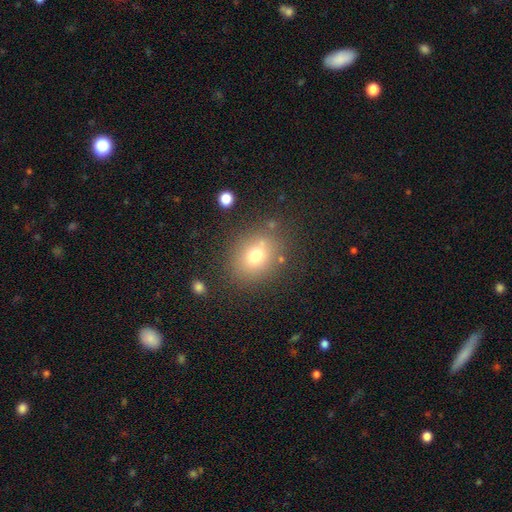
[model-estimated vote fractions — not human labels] The model was most divided on "how rounded": round: 60%, in between: 39%, cigar-shaped: 1%. More confident: merging — none (77%); smooth or featured — smooth (71%).